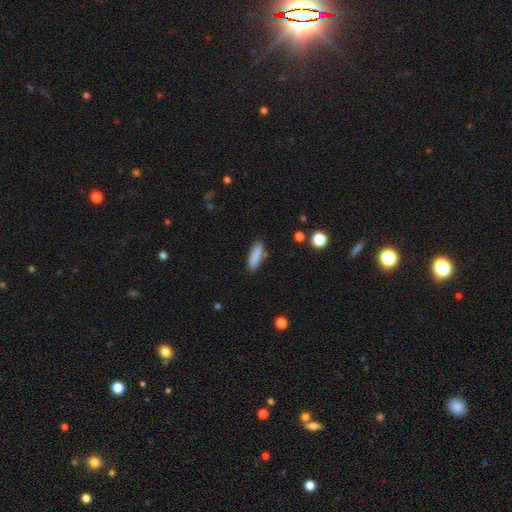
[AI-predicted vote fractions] A smooth galaxy with no disk features (87%) that is cigar-shaped (51%).

Vote fractions:
- Smooth or featured? smooth: 87% / star or artifact: 7% / featured or disk: 6%
- How rounded? cigar-shaped: 51% / in between: 47% / round: 2%
- Merging? none: 83% / minor disturbance: 12% / merger: 3% / major disturbance: 3%